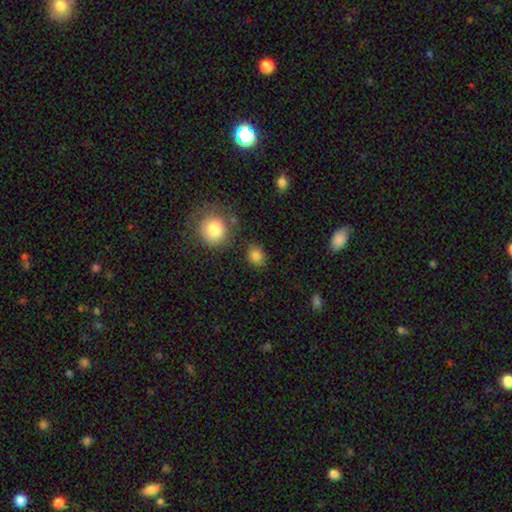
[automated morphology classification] Smooth or featured?
  - smooth: 84% *
  - star or artifact: 11%
  - featured or disk: 6%
How rounded?
  - round: 60% *
  - in between: 39%
  - cigar-shaped: 1%
Merging?
  - none: 83% *
  - minor disturbance: 10%
  - merger: 4%
  - major disturbance: 3%